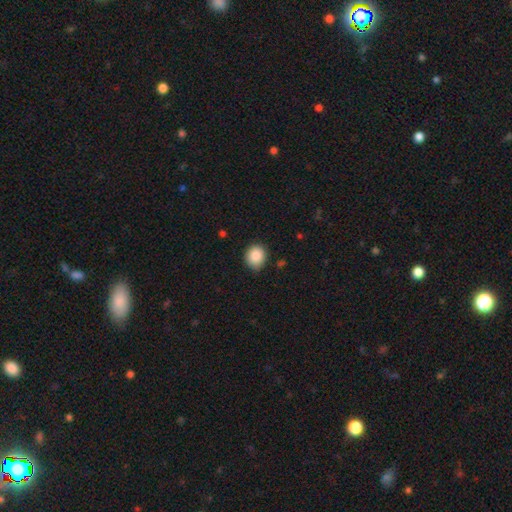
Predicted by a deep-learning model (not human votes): This is clearly a smooth galaxy (88%). How rounded: likely round (74%). Merging: clearly none (81%).